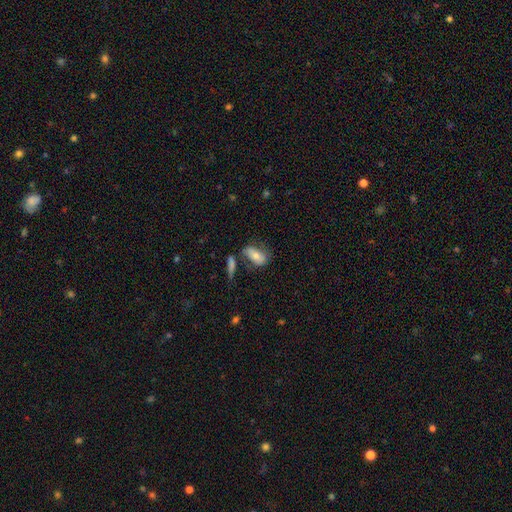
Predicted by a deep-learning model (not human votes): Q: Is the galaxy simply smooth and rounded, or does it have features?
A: smooth — 61%.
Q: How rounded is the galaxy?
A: in between — 86%.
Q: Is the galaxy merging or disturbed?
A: none — 50%.